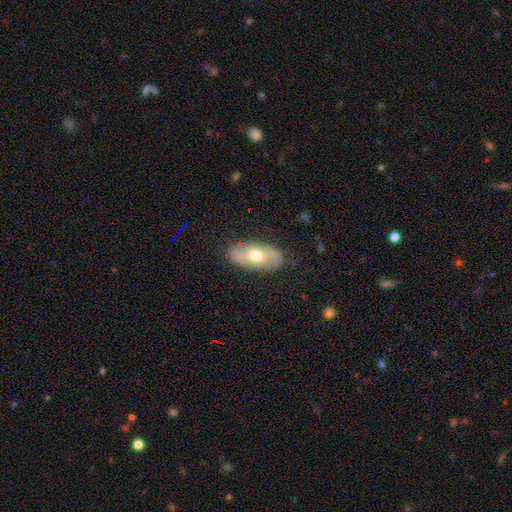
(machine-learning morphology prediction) This appears to be a smooth galaxy with no disk features (47%, tied with featured or disk). Merging: none (83%).